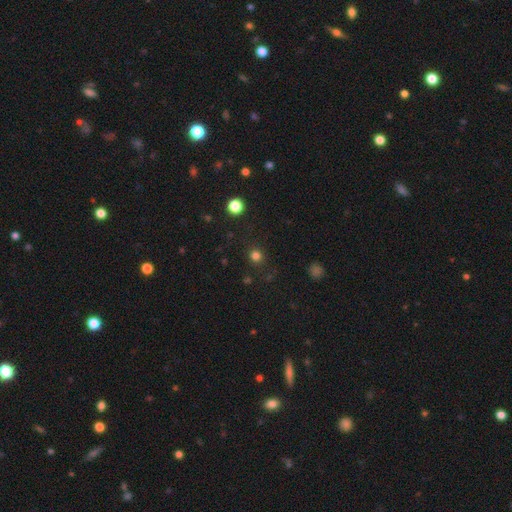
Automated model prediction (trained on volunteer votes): Smooth or featured: smooth — 78% (star or artifact — 18%)
How rounded: round — 92% (in between — 7%)
Merging: none — 88% (minor disturbance — 8%)